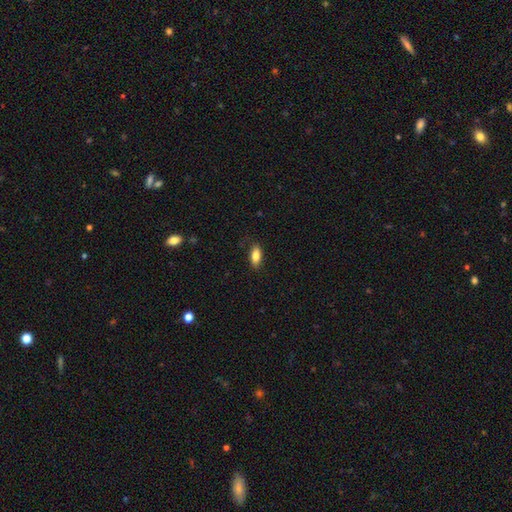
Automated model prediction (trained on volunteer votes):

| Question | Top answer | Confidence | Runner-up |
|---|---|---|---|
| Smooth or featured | smooth | 83% | featured or disk (10%) |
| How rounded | in between | 86% | cigar-shaped (11%) |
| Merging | none | 85% | minor disturbance (11%) |